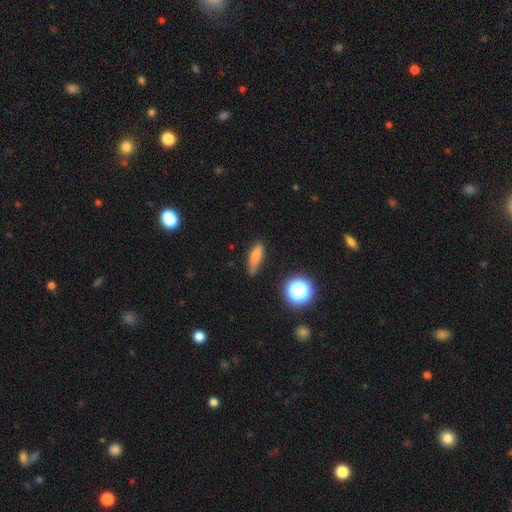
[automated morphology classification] smooth 75%, star or artifact 13%, featured or disk 12%. Down the decision tree: how rounded — in between (49%); merging — none (65%).